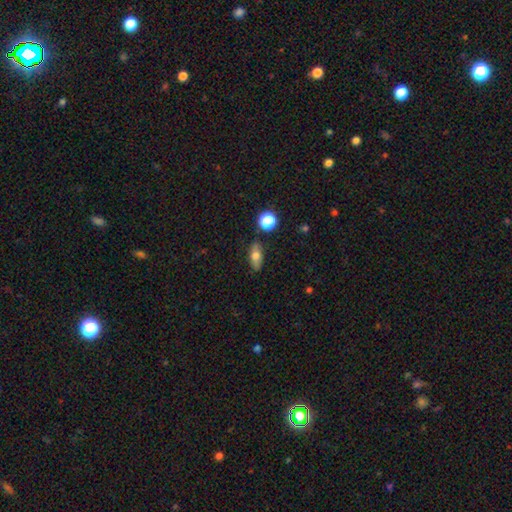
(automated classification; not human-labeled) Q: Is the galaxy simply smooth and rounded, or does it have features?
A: smooth — 69%.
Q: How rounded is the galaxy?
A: in between — 72%.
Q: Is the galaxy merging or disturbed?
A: none — 83%.